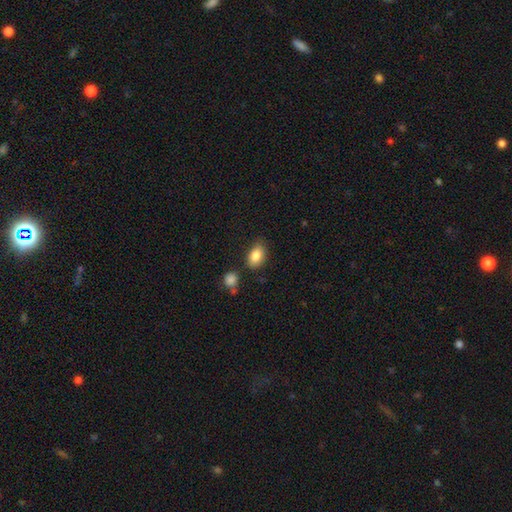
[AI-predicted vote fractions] This is clearly a smooth galaxy (85%). How rounded: clearly in between (86%). Merging: likely none (74%).